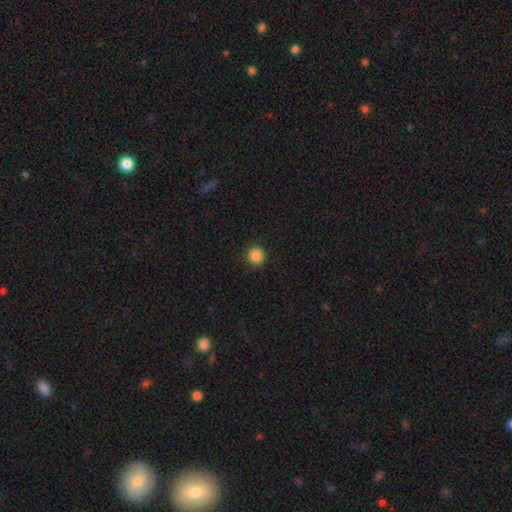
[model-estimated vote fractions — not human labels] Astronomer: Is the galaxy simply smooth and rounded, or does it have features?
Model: smooth — 86%.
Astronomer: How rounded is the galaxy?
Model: round — 95%.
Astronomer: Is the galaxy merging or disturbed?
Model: none — 91%.